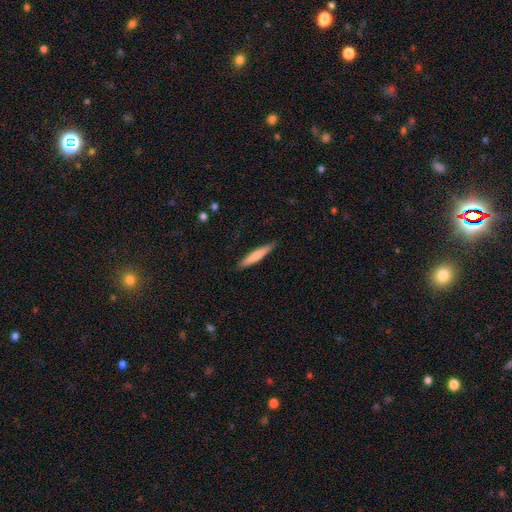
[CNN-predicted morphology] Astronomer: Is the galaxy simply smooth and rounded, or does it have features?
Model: smooth — 69%.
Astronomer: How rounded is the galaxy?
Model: cigar-shaped — 93%.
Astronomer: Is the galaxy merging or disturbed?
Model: none — 88%.